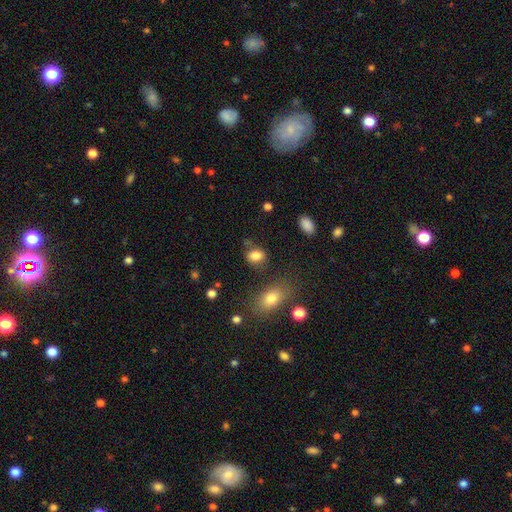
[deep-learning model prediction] Morphology: type=smooth (82%); roundness=in between (66%); merging=none (70%).